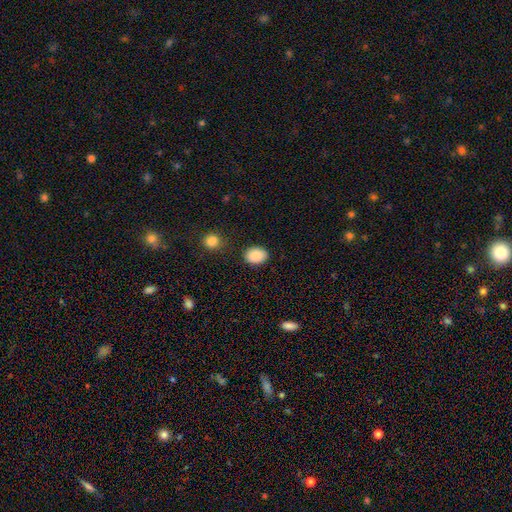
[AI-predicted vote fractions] Smooth or featured?
  - smooth: 89% *
  - star or artifact: 8%
  - featured or disk: 4%
How rounded?
  - in between: 65% *
  - round: 34%
  - cigar-shaped: 1%
Merging?
  - none: 85% *
  - minor disturbance: 10%
  - merger: 3%
  - major disturbance: 3%